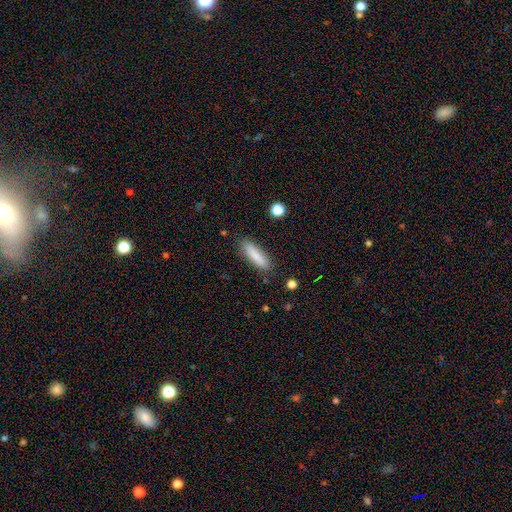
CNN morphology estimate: Smooth or featured?
  - smooth: 84% *
  - featured or disk: 10%
  - star or artifact: 7%
How rounded?
  - cigar-shaped: 73% *
  - in between: 26%
  - round: 2%
Merging?
  - none: 85% *
  - minor disturbance: 10%
  - major disturbance: 3%
  - merger: 2%